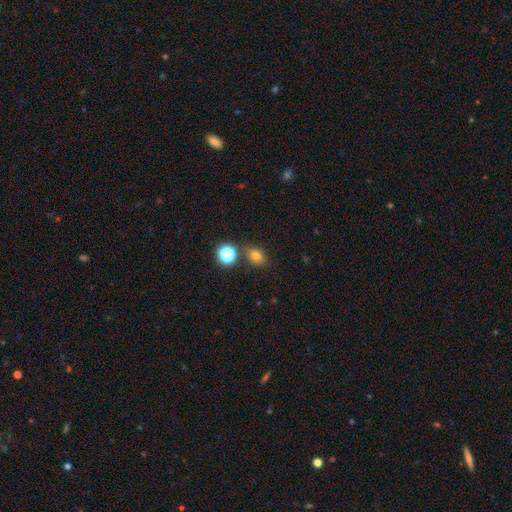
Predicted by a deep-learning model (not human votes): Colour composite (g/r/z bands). It shows a smooth galaxy with no disk features (72%) that is in between round and cigar-shaped (57%). Merging: none (77%).